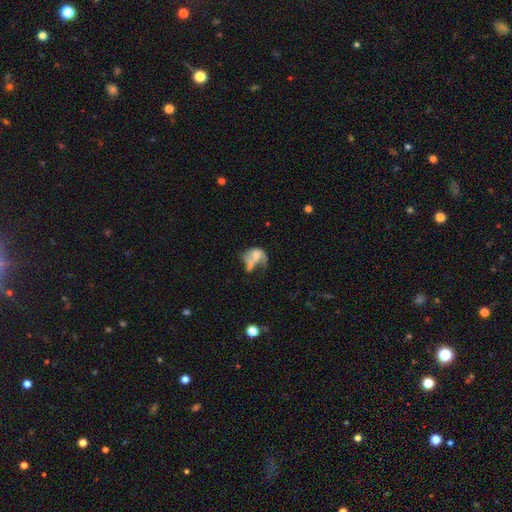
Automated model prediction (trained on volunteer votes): smooth-or-featured: featured or disk: 45% | smooth: 43% | star or artifact: 11%
  merging: merger: 36% | major disturbance: 33% | none: 18% | minor disturbance: 13%